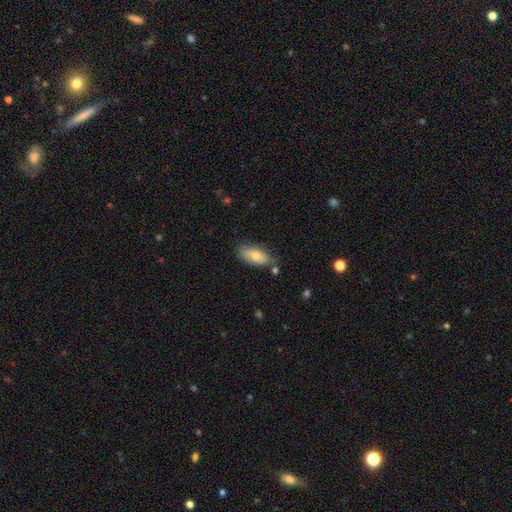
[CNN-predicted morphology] This is likely a smooth galaxy (78%). How rounded: clearly in between (87%). Merging: likely none (69%).